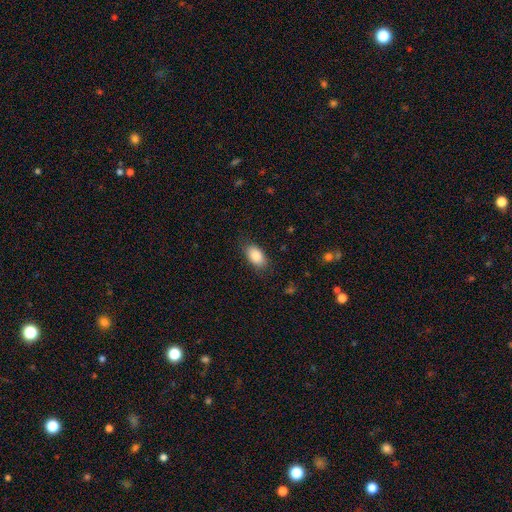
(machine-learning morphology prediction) type=smooth (86%); roundness=in between (93%); merging=none (83%).